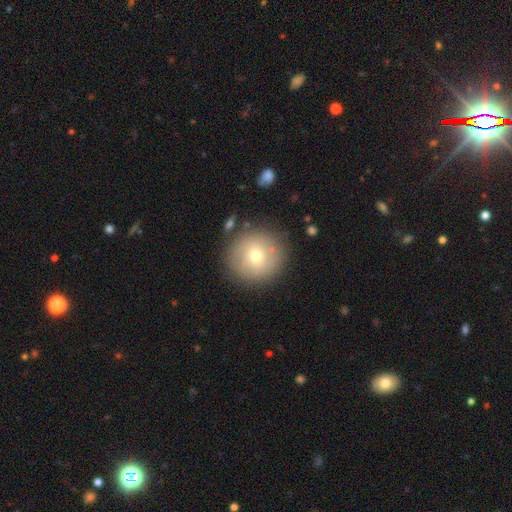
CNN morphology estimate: This appears to be a smooth galaxy with no disk features (68%) that is round (96%). Merging: none (85%).